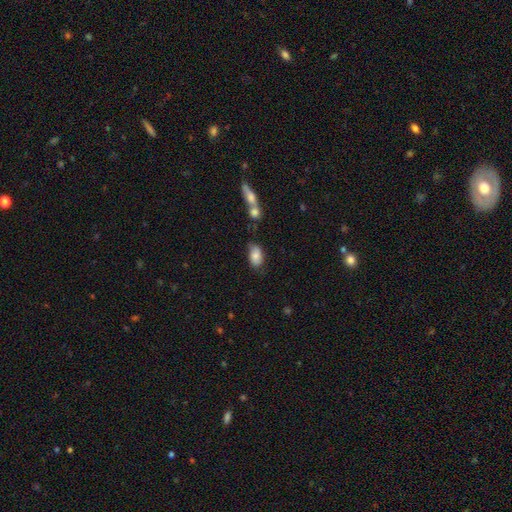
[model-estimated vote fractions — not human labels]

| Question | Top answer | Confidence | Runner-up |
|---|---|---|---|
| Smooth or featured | smooth | 80% | featured or disk (12%) |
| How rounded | in between | 91% | round (6%) |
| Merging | none | 58% | minor disturbance (25%) |